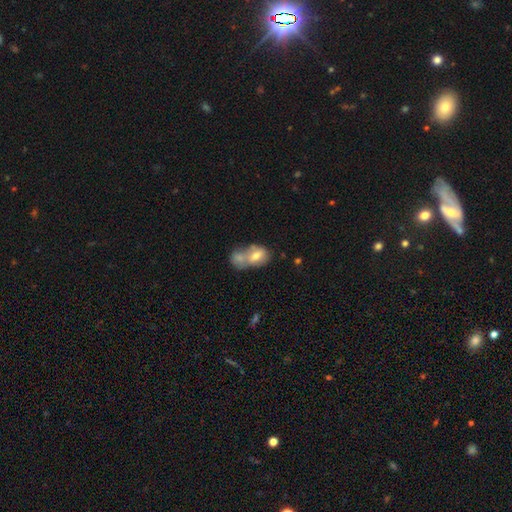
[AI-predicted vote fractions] smooth-or-featured: smooth: 70% | featured or disk: 22% | star or artifact: 8%
  how-rounded: in between: 78% | round: 21% | cigar-shaped: 2%
  merging: merger: 68% | none: 19% | minor disturbance: 9% | major disturbance: 4%